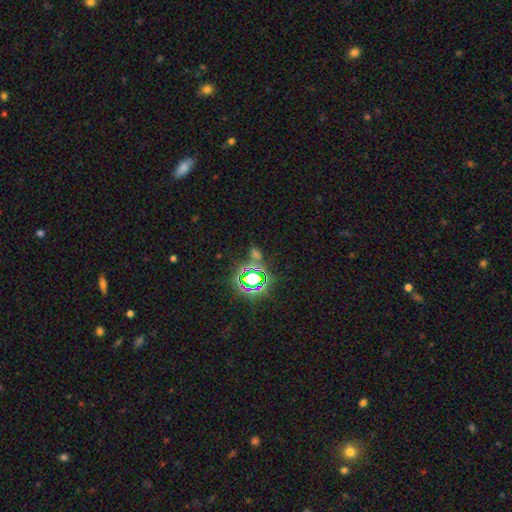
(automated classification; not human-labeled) Smooth or featured? star or artifact (70%)